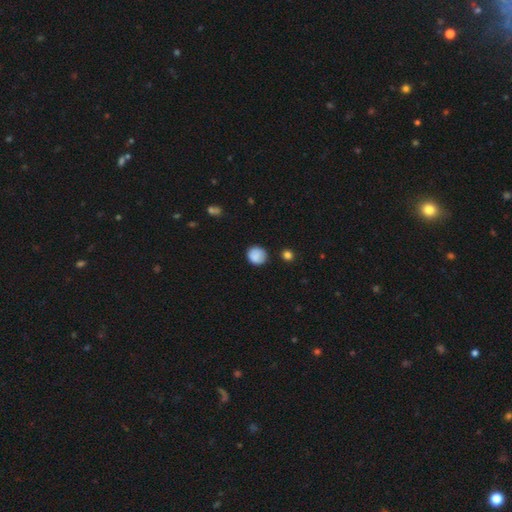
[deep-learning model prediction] Morphology: type=smooth (85%); roundness=round (82%); merging=none (79%).